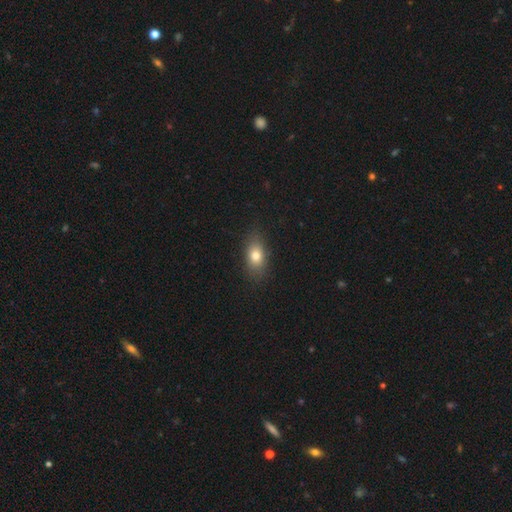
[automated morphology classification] This appears to be a smooth galaxy with no disk features (78%) that is in between round and cigar-shaped (80%). Merging: none (83%).